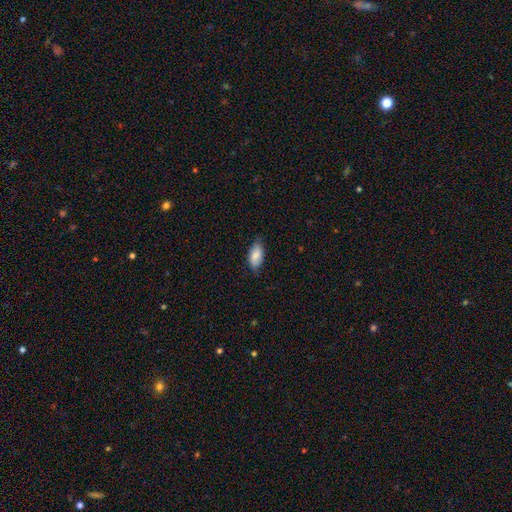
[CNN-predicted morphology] This is clearly a smooth galaxy (82%). How rounded: clearly in between (93%). Merging: likely none (74%).